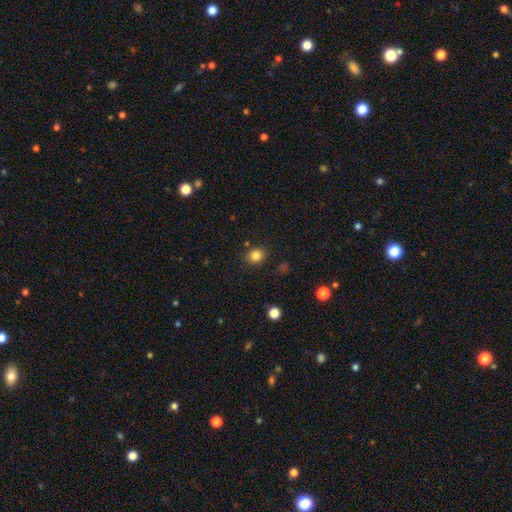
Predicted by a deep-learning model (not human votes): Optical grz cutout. It shows a smooth galaxy with no disk features (83%) that is round (65%). Merging: none (82%).